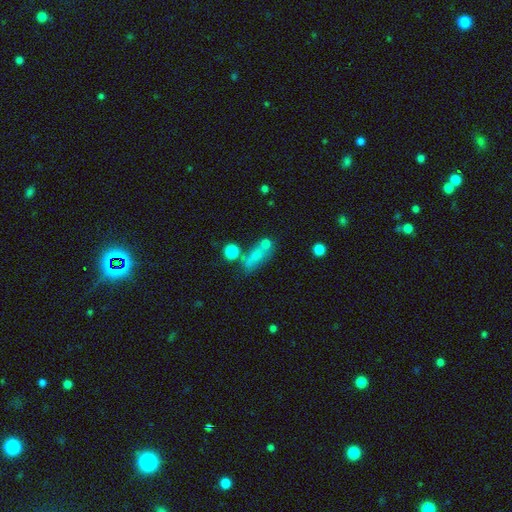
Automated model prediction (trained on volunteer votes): The model was most divided on "merging": none: 43%, merger: 23%, minor disturbance: 19%, major disturbance: 15%. More confident: smooth or featured — smooth (67%); how rounded — in between (55%).